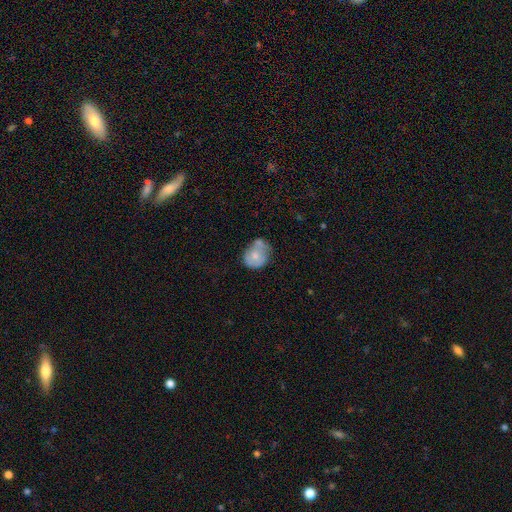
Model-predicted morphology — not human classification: Q: Smooth or featured?
A: smooth (57%); runner-up: featured or disk (36%)
Q: How rounded?
A: round (58%); runner-up: in between (41%)
Q: Merging?
A: none (36%); runner-up: minor disturbance (30%)